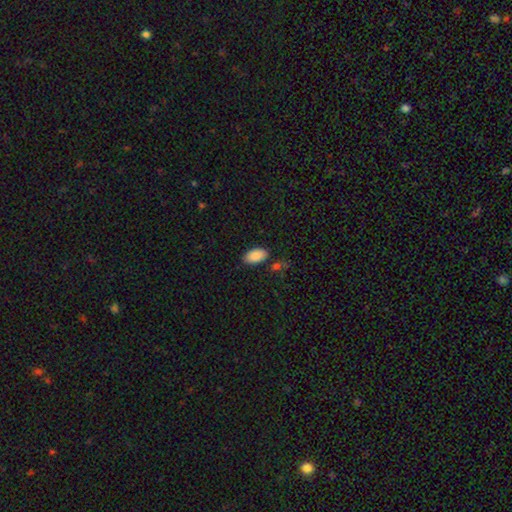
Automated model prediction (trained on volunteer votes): smooth-or-featured: smooth: 89% | star or artifact: 7% | featured or disk: 4%
  how-rounded: in between: 95% | round: 3% | cigar-shaped: 2%
  merging: none: 83% | minor disturbance: 11% | merger: 3% | major disturbance: 3%